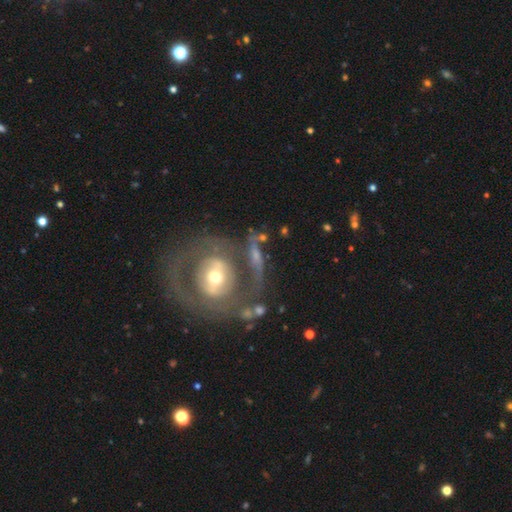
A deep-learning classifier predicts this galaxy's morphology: A featured or disk galaxy (66%) with no bar (44%), spiral arms (58%) and a moderate central bulge (57%).

Vote fractions:
- Smooth or featured? featured or disk: 66% / smooth: 26% / star or artifact: 8%
- Edge-on disk? no: 88% / yes: 12%
- Bar? no: 44% / weak: 32% / strong: 25%
- Spiral arms? yes: 58% / no: 42%
- Bulge size? moderate: 57% / small: 33% / large: 6% / none: 2% / dominant: 2%
- Merging? none: 49% / merger: 18% / minor disturbance: 17% / major disturbance: 17%